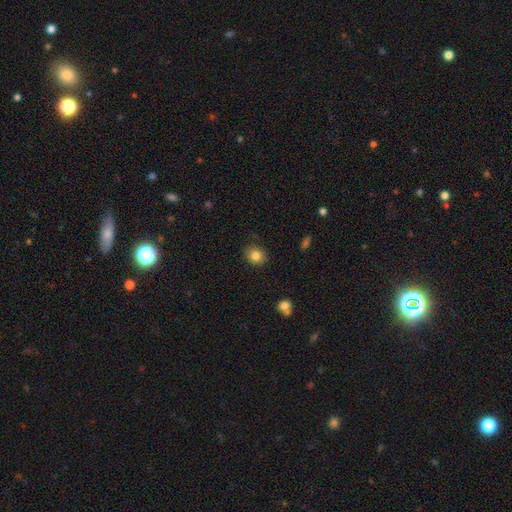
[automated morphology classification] Smooth or featured? Predicted: smooth (p=0.83). How rounded? Predicted: round (p=0.73). Merging? Predicted: none (p=0.87).